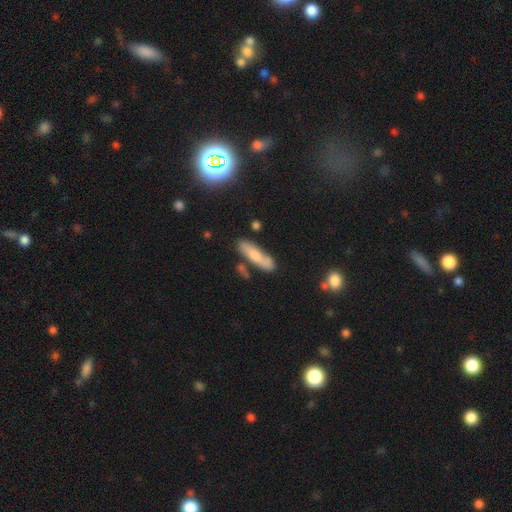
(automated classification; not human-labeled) A smooth galaxy with no disk features (67%) that is cigar-shaped (66%). Merging: none (69%).